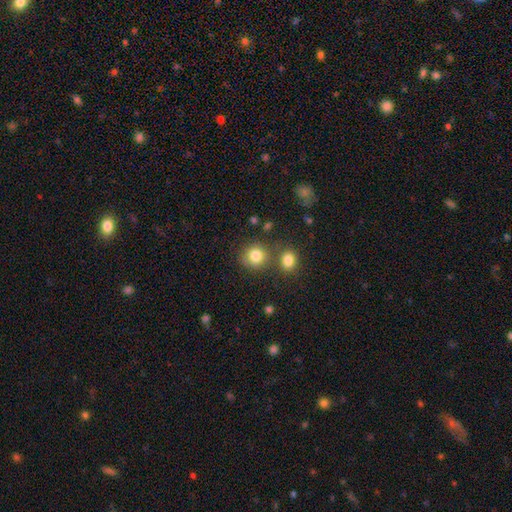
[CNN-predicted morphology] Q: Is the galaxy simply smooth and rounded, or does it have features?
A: smooth — 83%.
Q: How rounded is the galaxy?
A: round — 83%.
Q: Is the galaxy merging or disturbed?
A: none — 67%.